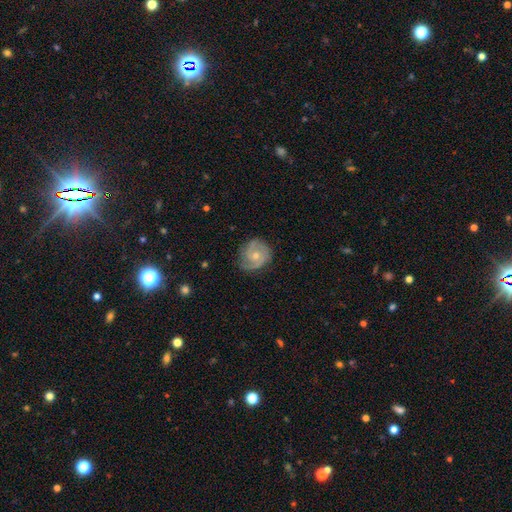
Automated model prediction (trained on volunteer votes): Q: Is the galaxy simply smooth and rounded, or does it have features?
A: featured or disk — 75%.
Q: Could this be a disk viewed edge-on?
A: no — 98%.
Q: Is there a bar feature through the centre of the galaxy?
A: no — 71%.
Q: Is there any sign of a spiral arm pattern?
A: yes — 94%.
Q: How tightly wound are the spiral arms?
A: tight — 48%.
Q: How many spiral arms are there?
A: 2 — 57%.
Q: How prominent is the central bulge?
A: moderate — 50%.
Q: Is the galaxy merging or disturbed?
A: none — 73%.